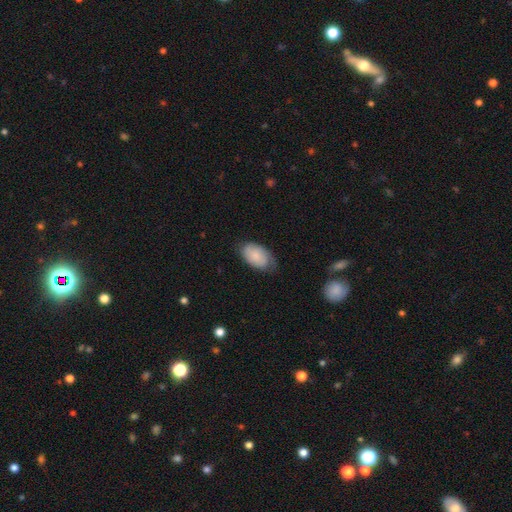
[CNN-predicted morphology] type=smooth (74%); roundness=in between (93%); merging=none (67%).